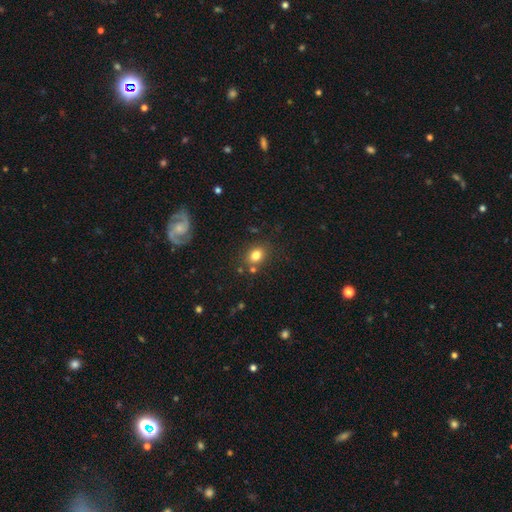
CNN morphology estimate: smooth_or_featured: smooth (p=0.80) [alt: star or artifact p=0.12]
how_rounded: in between (p=0.51) [alt: round p=0.48]
merging: none (p=0.76) [alt: minor disturbance p=0.13]